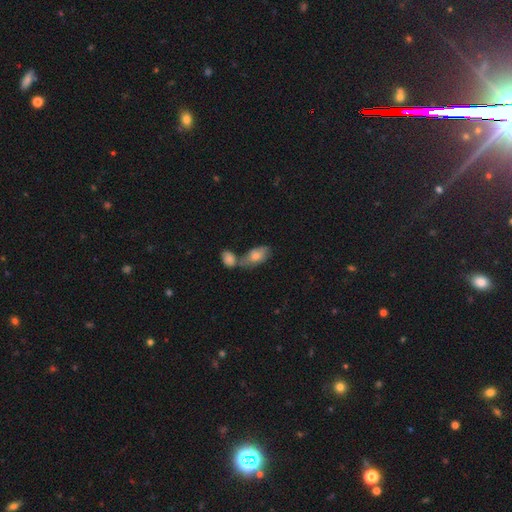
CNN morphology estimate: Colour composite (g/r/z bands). It shows a smooth galaxy with no disk features (70%) that is in between round and cigar-shaped (90%). Merging: merger (48%).